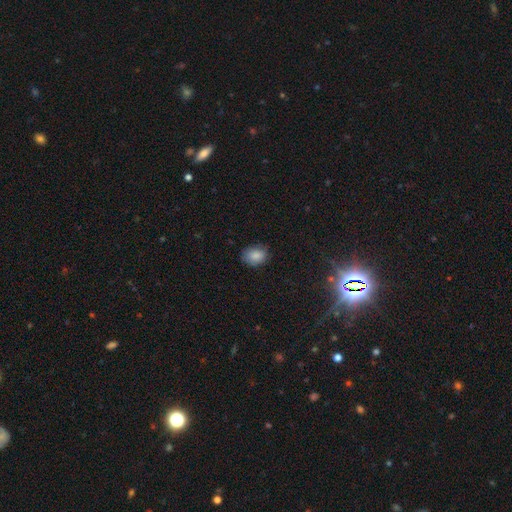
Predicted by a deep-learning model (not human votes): A smooth galaxy with no disk features (86%) that is in between round and cigar-shaped (68%).

Vote fractions:
- Smooth or featured? smooth: 86% / star or artifact: 8% / featured or disk: 5%
- How rounded? in between: 68% / round: 31% / cigar-shaped: 1%
- Merging? none: 77% / minor disturbance: 19% / major disturbance: 3% / merger: 1%